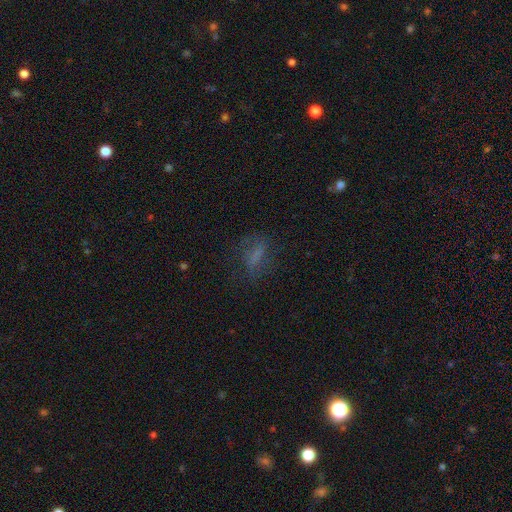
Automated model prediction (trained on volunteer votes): Smooth or featured: smooth — 53% (featured or disk — 27%)
How rounded: in between — 54% (cigar-shaped — 36%)
Merging: none — 64% (minor disturbance — 18%)